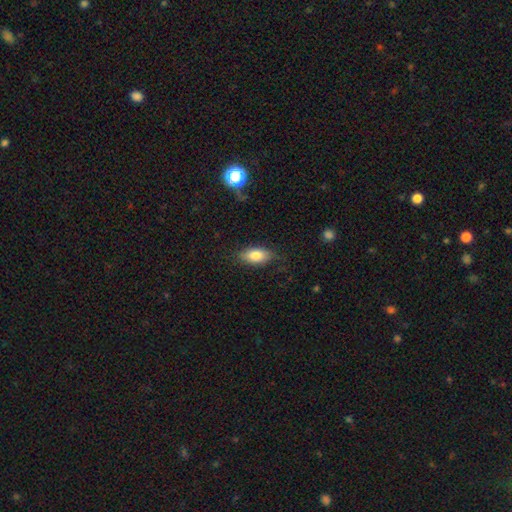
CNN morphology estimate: smooth 79%, featured or disk 14%, star or artifact 7%. Down the decision tree: how rounded — in between (88%); merging — none (78%).